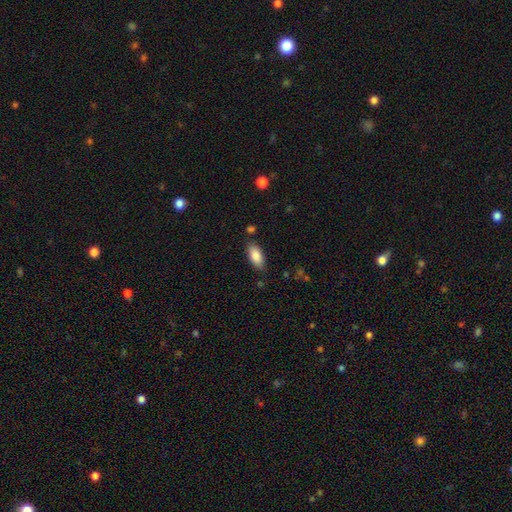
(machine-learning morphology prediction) smooth_or_featured: smooth (p=0.85) [alt: featured or disk p=0.09]
how_rounded: in between (p=0.89) [alt: cigar-shaped p=0.08]
merging: none (p=0.81) [alt: minor disturbance p=0.14]